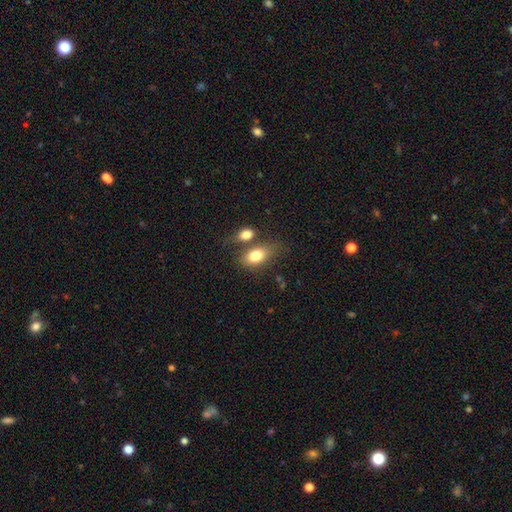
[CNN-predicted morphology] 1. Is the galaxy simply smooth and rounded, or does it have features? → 80% smooth, 12% featured or disk, 8% star or artifact.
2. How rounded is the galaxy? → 86% in between, 12% round, 3% cigar-shaped.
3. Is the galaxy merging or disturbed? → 46% none, 34% merger, 14% minor disturbance, 6% major disturbance.